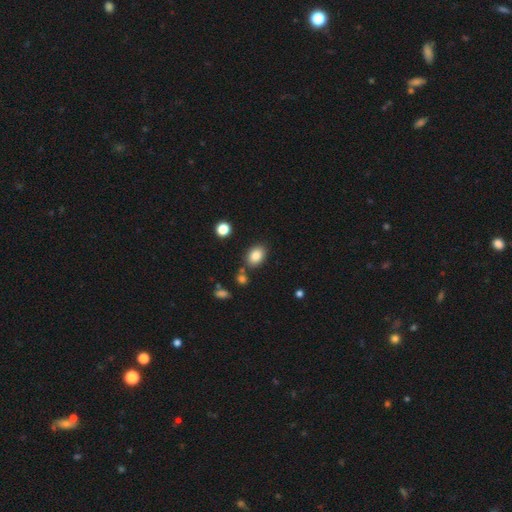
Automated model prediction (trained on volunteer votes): Overall: smooth (84%). How rounded: in between (77%). Merging: none (79%).